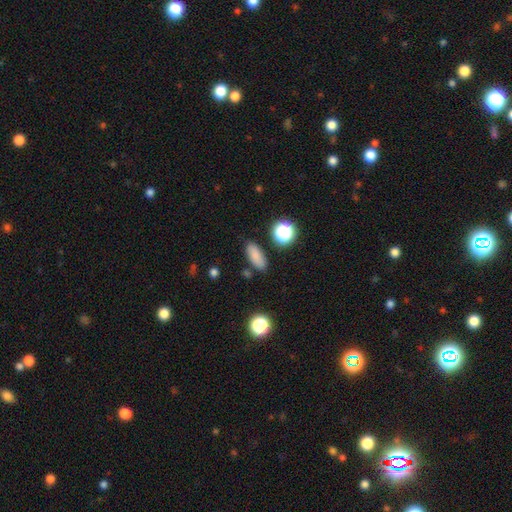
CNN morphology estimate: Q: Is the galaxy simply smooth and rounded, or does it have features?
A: smooth — 82%.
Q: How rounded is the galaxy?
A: in between — 73%.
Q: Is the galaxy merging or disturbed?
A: none — 84%.